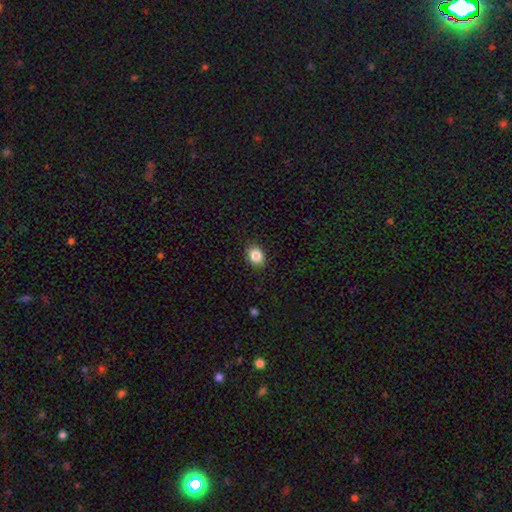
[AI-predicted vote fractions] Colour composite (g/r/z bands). It shows a smooth galaxy with no disk features (86%) that is round (54%). Merging: none (88%).